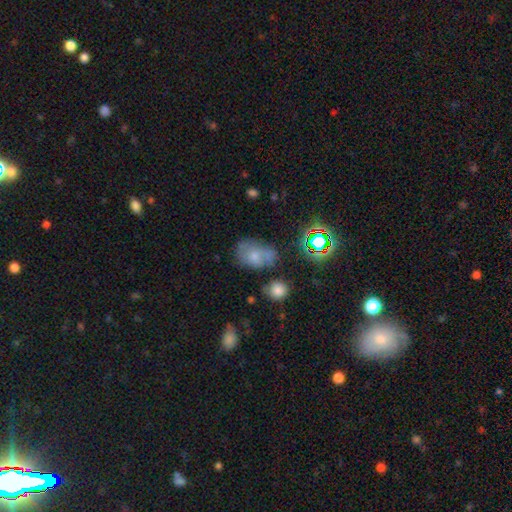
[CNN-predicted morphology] This appears to be a smooth galaxy with no disk features (53%) that is in between round and cigar-shaped (76%). Merging: none (41%).